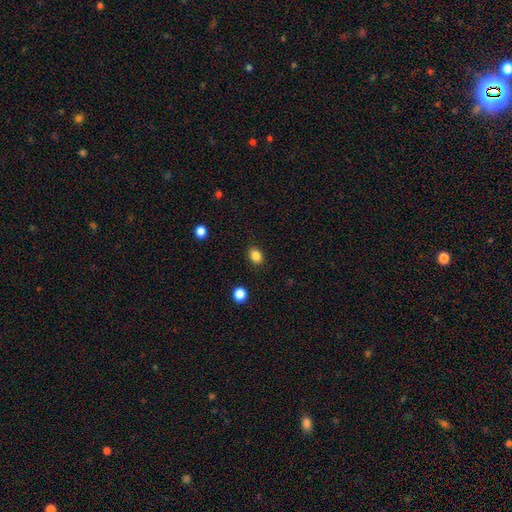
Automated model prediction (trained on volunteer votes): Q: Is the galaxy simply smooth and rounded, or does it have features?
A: smooth — 85%.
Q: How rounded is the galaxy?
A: in between — 61%.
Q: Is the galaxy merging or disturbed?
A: none — 87%.